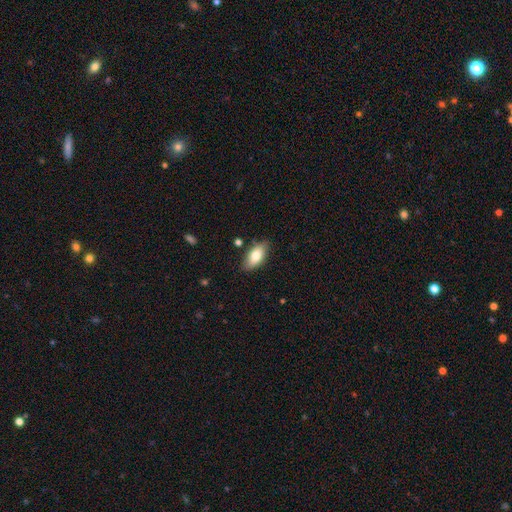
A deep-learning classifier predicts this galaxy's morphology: Smooth or featured? smooth (79%)
How rounded? in between (89%)
Merging? none (82%)